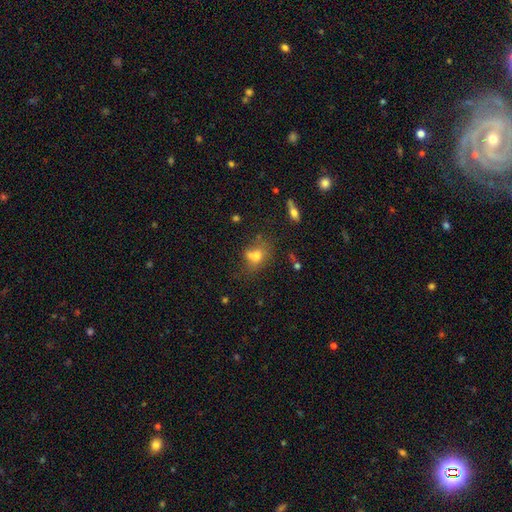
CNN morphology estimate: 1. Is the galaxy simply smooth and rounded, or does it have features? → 66% smooth, 19% featured or disk, 15% star or artifact.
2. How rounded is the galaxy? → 50% round, 48% in between, 2% cigar-shaped.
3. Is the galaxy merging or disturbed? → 38% none, 37% merger, 16% minor disturbance, 9% major disturbance.